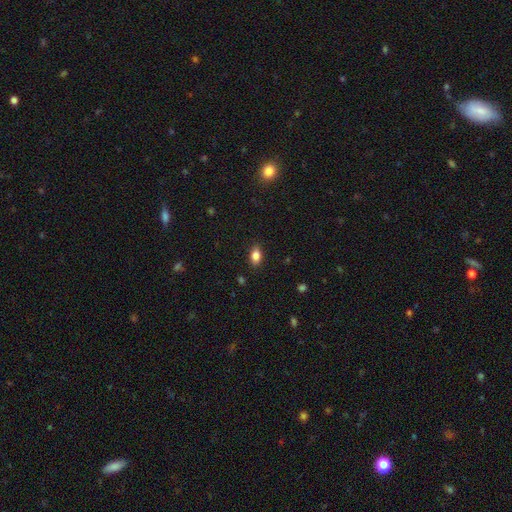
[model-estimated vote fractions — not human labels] Smooth or featured? smooth (84%)
How rounded? in between (86%)
Merging? none (86%)